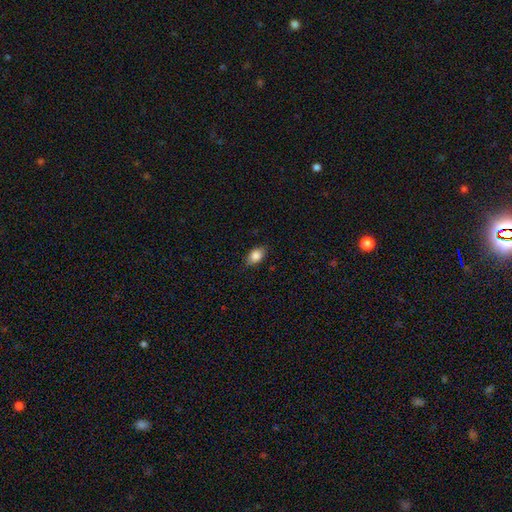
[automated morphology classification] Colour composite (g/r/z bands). It shows a smooth galaxy with no disk features (84%) that is in between round and cigar-shaped (83%). Merging: none (82%).